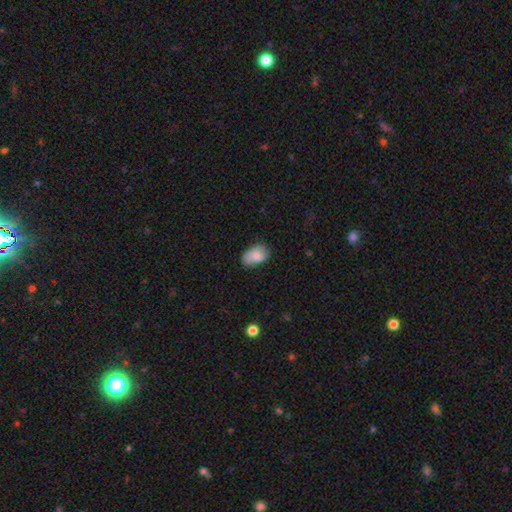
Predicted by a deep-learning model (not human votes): Smooth or featured? smooth (76%)
How rounded? in between (89%)
Merging? none (59%)